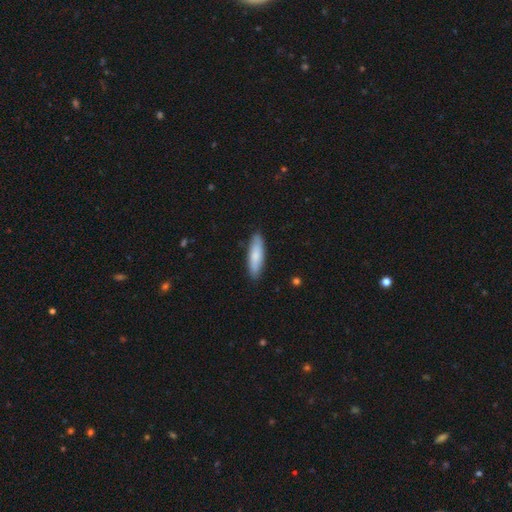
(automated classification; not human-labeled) Q: Smooth or featured?
A: smooth (79%); runner-up: featured or disk (16%)
Q: How rounded?
A: cigar-shaped (55%); runner-up: in between (44%)
Q: Merging?
A: none (88%); runner-up: minor disturbance (10%)